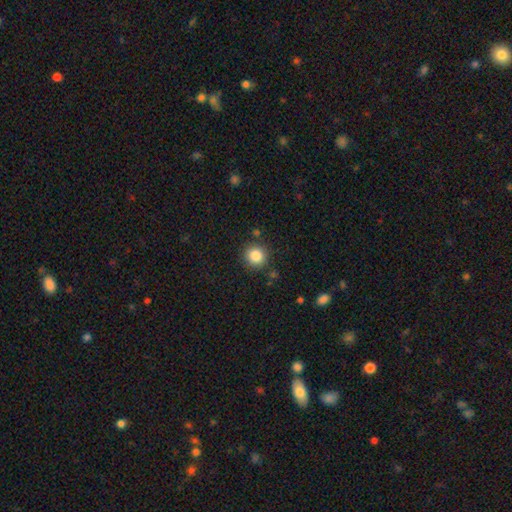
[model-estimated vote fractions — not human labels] This is clearly a smooth galaxy (85%). How rounded: clearly round (92%). Merging: clearly none (86%).